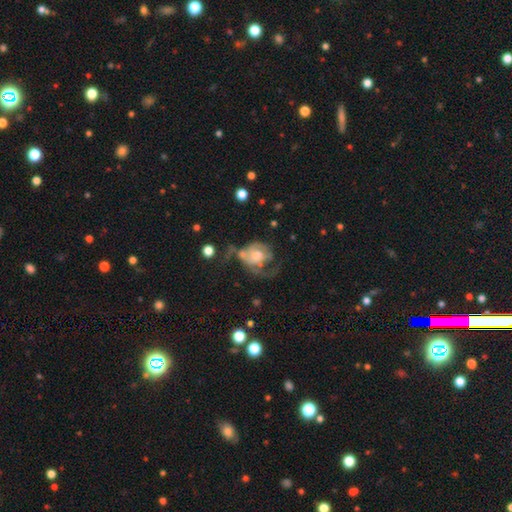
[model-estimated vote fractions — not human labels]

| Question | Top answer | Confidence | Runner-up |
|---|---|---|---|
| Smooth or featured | featured or disk | 59% | smooth (33%) |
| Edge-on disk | no | 97% | yes (3%) |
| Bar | no | 77% | weak (19%) |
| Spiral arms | yes | 61% | no (39%) |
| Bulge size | moderate | 48% | small (21%) |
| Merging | major disturbance | 51% | none (21%) |